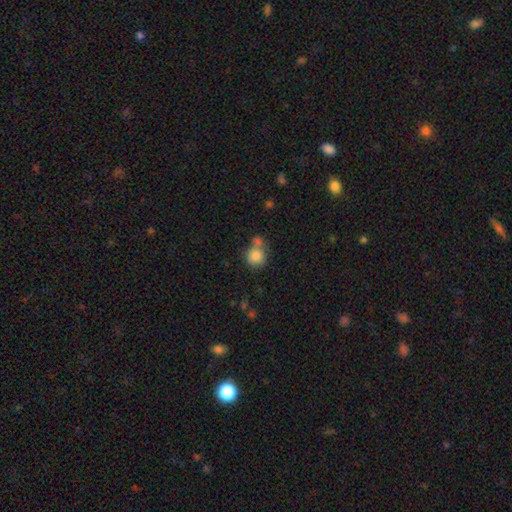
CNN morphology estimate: Overall: smooth (83%). How rounded: round (85%). Merging: none (47%; merger 35%).